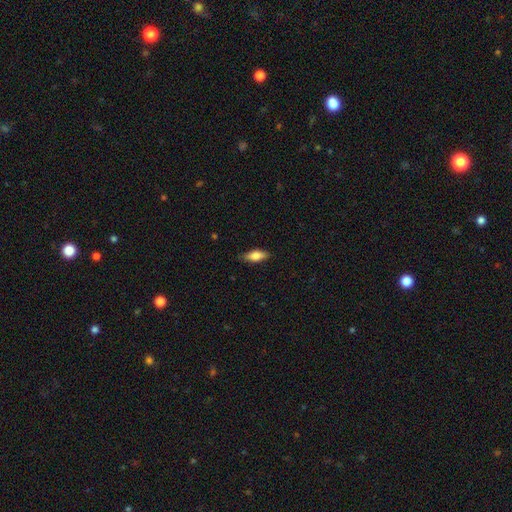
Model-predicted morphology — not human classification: Smooth or featured? smooth (76%)
How rounded? in between (75%)
Merging? none (82%)